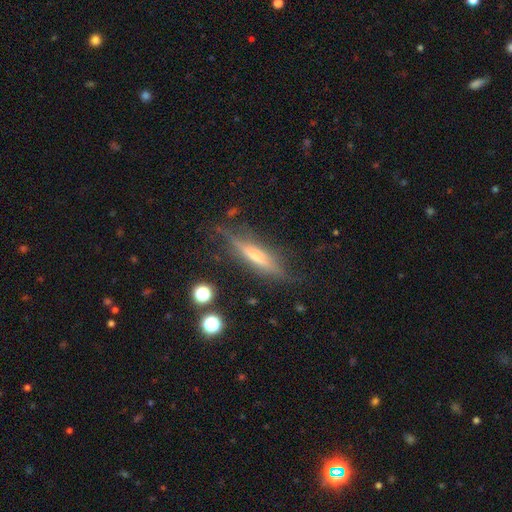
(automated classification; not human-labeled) smooth-or-featured: featured or disk: 65% | smooth: 27% | star or artifact: 8%
  disk-edge-on: yes: 90% | no: 10%
    edge-on-bulge: rounded: 57% | none: 31% | boxy: 12%
  merging: none: 70% | minor disturbance: 20% | major disturbance: 8% | merger: 2%